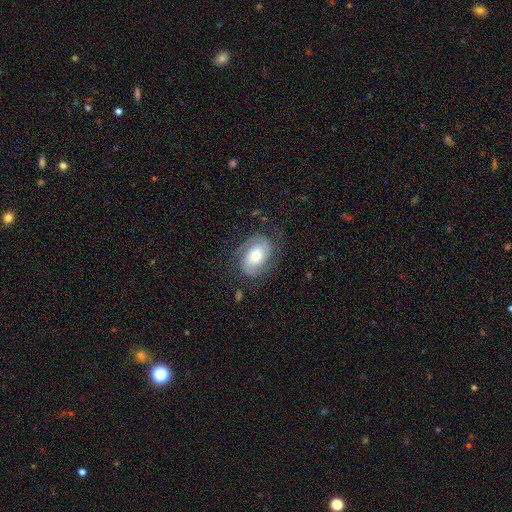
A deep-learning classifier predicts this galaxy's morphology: smooth-or-featured: featured or disk: 68% | smooth: 25% | star or artifact: 7%
  disk-edge-on: no: 97% | yes: 3%
    bar: no: 59% | weak: 30% | strong: 10%
    has-spiral-arms: yes: 91% | no: 9%
      spiral-winding: medium: 44% | tight: 38% | loose: 18%
      spiral-arm-count: 2: 86% | can't tell: 7% | 1: 3% | 3: 2% | 4: 1% | more than 4: 1%
    bulge-size: moderate: 48% | large: 27% | small: 17% | dominant: 5% | none: 3%
  merging: none: 70% | minor disturbance: 18% | major disturbance: 11% | merger: 1%